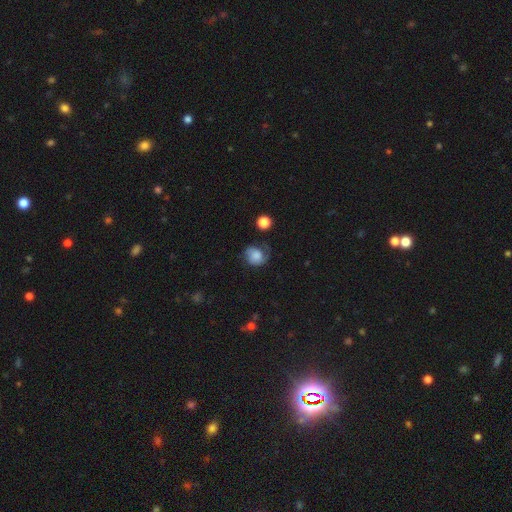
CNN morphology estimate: Q: Smooth or featured?
A: smooth (62%); runner-up: featured or disk (29%)
Q: How rounded?
A: round (69%); runner-up: in between (30%)
Q: Merging?
A: none (48%); runner-up: minor disturbance (31%)